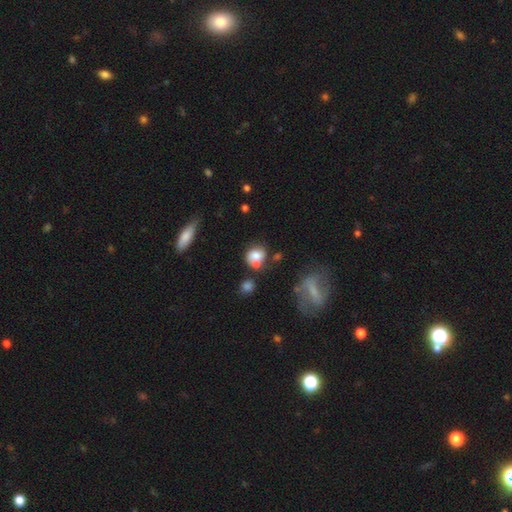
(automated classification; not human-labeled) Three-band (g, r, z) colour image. It shows a smooth galaxy with no disk features (68%) that is round (56%). Merging: merger (39%).